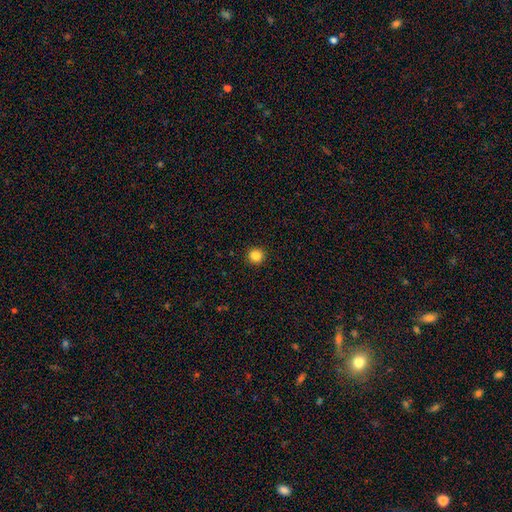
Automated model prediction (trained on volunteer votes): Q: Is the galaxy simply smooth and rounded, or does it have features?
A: smooth — 84%.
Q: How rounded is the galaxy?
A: round — 95%.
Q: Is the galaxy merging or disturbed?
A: none — 93%.